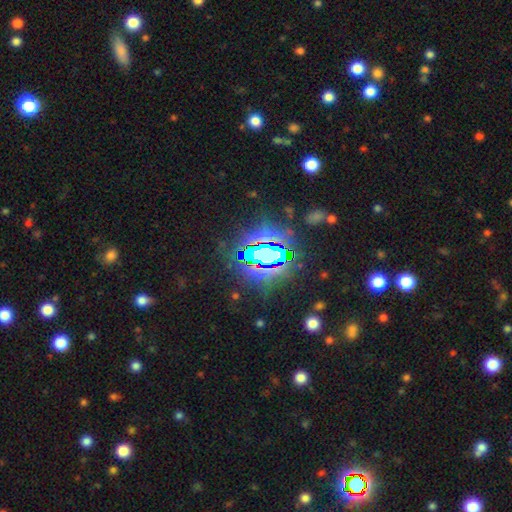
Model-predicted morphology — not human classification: star or artifact 75%, smooth 13%, featured or disk 13%.